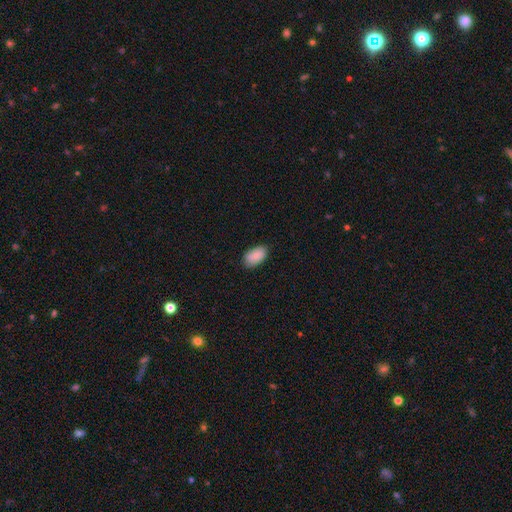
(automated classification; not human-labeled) smooth-or-featured: smooth: 88% | featured or disk: 6% | star or artifact: 6%
  how-rounded: in between: 94% | round: 4% | cigar-shaped: 2%
  merging: none: 81% | minor disturbance: 15% | major disturbance: 2% | merger: 1%